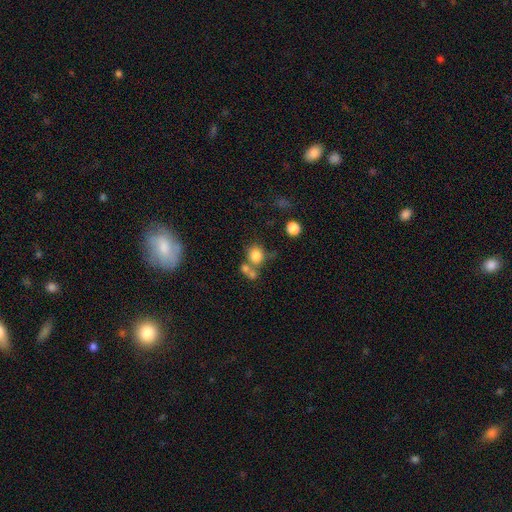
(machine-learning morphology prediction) Q: Smooth or featured?
A: smooth (77%); runner-up: star or artifact (12%)
Q: How rounded?
A: round (80%); runner-up: in between (19%)
Q: Merging?
A: none (47%); runner-up: merger (36%)